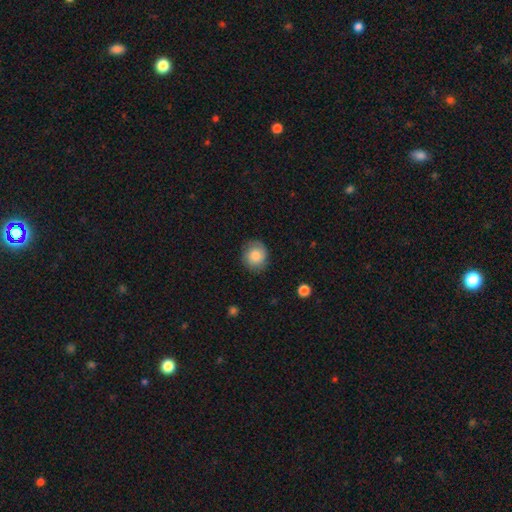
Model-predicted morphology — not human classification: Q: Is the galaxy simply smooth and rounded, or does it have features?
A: smooth — 80%.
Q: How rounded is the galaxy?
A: round — 81%.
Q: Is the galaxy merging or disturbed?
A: none — 79%.